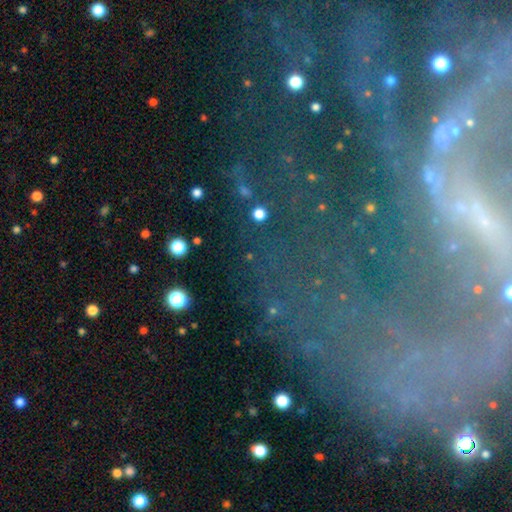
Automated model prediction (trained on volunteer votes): The model was most divided on "bar": strong: 43%, no: 29%, weak: 28%. More confident: edge-on disk — no (90%); spiral arms — yes (69%); smooth or featured — featured or disk (64%); merging — none (51%); bulge size — small (50%).